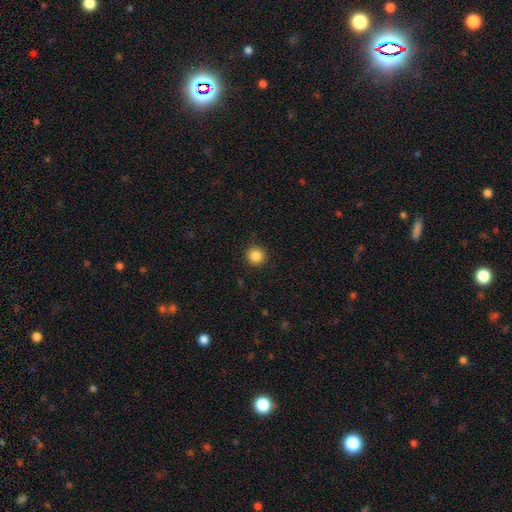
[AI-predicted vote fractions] The model was most divided on "smooth or featured": smooth: 86%, star or artifact: 10%, featured or disk: 4%. More confident: how rounded — round (95%); merging — none (91%).